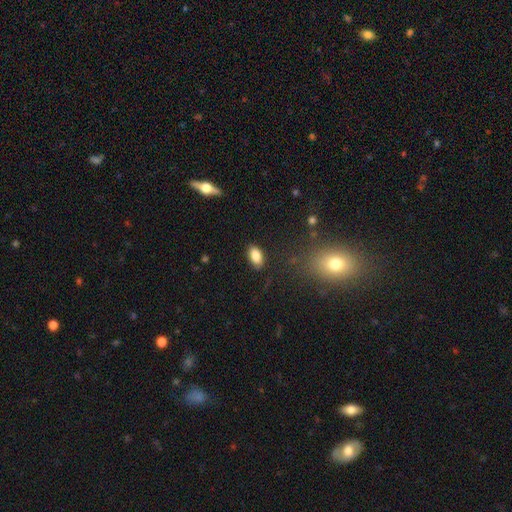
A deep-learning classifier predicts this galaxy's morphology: Smooth or featured? Predicted: smooth (p=0.86). How rounded? Predicted: in between (p=0.92). Merging? Predicted: none (p=0.83).